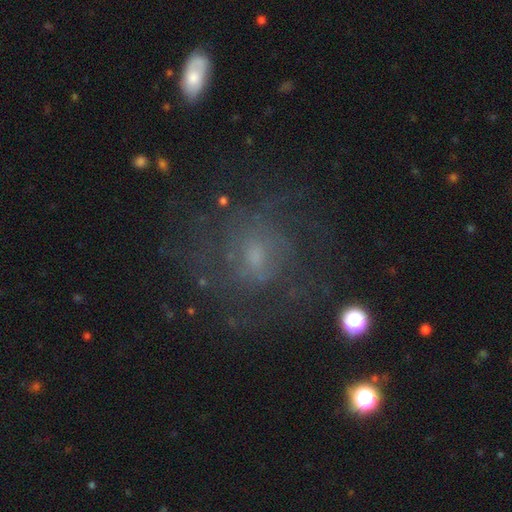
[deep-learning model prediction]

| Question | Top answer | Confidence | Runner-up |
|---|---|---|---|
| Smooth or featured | featured or disk | 61% | smooth (23%) |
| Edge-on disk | no | 97% | yes (3%) |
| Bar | no | 63% | weak (32%) |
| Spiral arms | yes | 74% | no (26%) |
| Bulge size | small | 54% | moderate (32%) |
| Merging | none | 67% | minor disturbance (16%) |